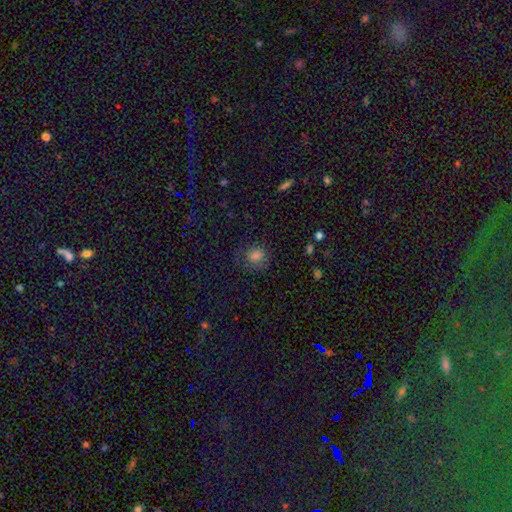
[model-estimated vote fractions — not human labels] Smooth or featured: smooth — 74% (star or artifact — 18%)
How rounded: round — 78% (in between — 21%)
Merging: none — 73% (minor disturbance — 18%)